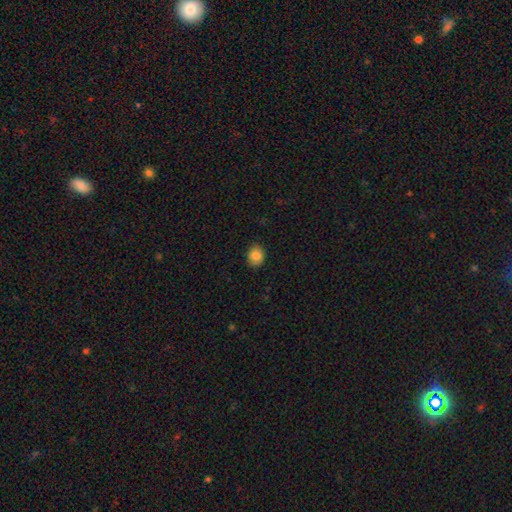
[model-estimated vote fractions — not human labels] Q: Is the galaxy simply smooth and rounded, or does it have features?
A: smooth — 85%.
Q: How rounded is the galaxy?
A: round — 60%.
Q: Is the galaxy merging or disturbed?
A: none — 88%.